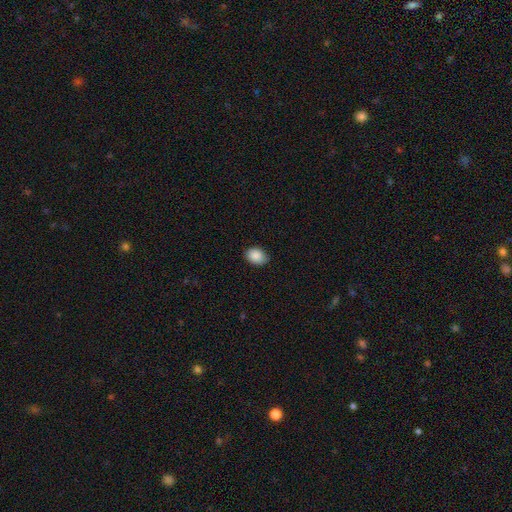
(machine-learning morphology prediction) smooth-or-featured: smooth: 89% | star or artifact: 7% | featured or disk: 3%
  how-rounded: in between: 69% | round: 31% | cigar-shaped: 1%
  merging: none: 81% | minor disturbance: 15% | major disturbance: 2% | merger: 1%